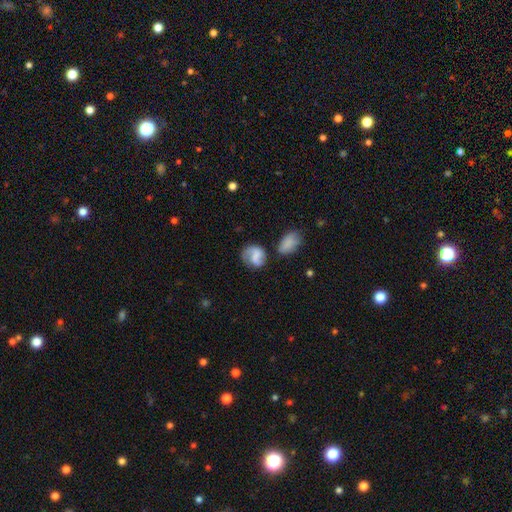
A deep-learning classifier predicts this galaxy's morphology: The model was most divided on "how rounded": round: 54%, in between: 44%, cigar-shaped: 2%. More confident: merging — none (53%); smooth or featured — smooth (50%).